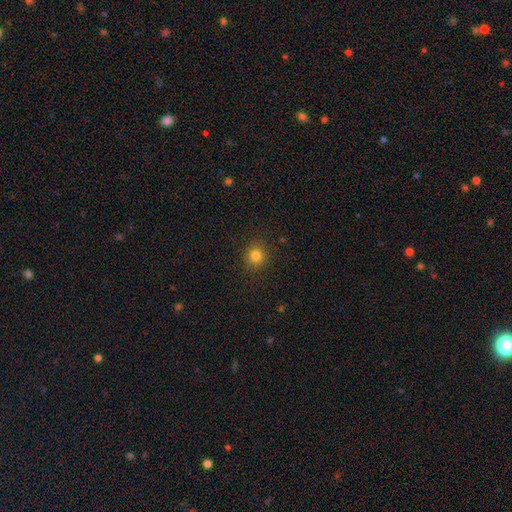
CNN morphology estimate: The model was most divided on "smooth or featured": smooth: 81%, star or artifact: 13%, featured or disk: 6%. More confident: merging — none (90%); how rounded — round (89%).